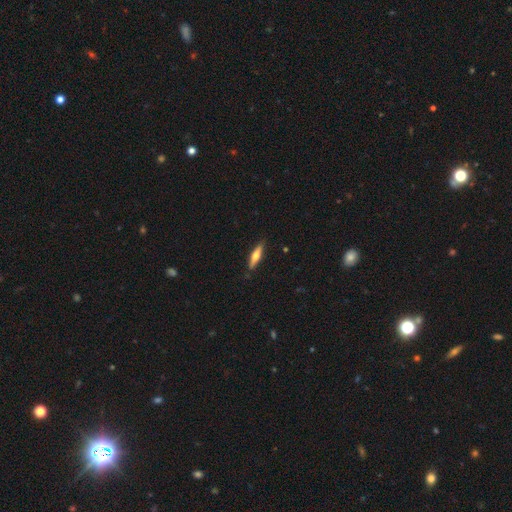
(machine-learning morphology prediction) smooth 50%, featured or disk 45%, star or artifact 6%. Down the decision tree: merging — none (87%).